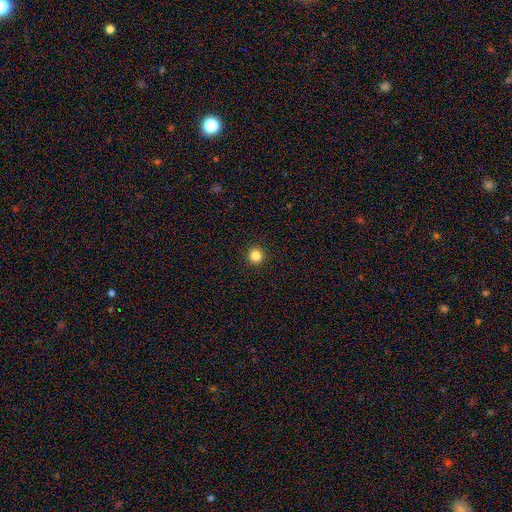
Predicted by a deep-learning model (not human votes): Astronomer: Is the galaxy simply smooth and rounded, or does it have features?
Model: smooth — 85%.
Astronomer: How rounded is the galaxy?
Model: round — 96%.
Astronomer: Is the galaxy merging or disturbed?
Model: none — 94%.